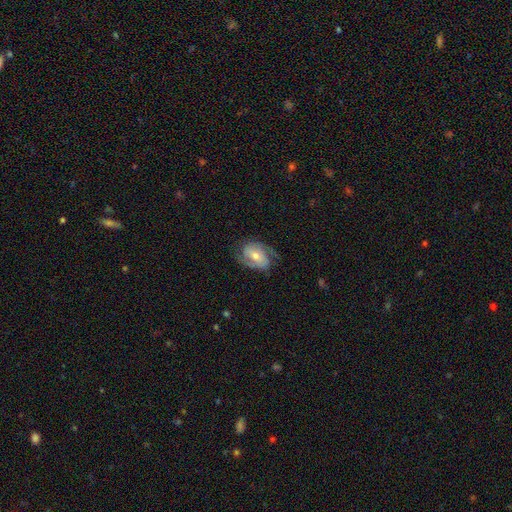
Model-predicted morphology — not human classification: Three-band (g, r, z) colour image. It shows a featured or disk galaxy (73%) with no bar (45%), 2 (83%) medium (45%) spiral arms (89%) and a moderate central bulge (54%). Merging: none (68%).